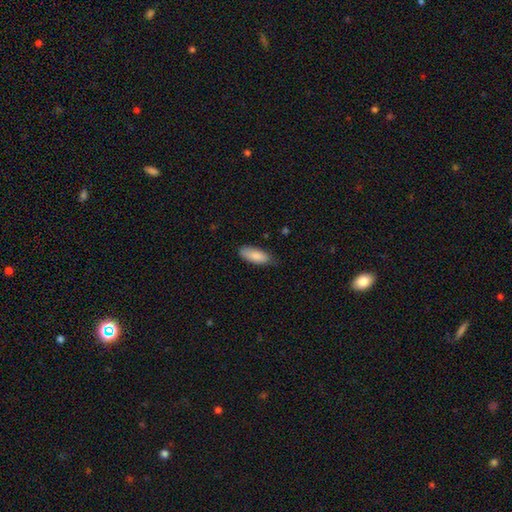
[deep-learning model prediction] The model was most divided on "merging": none: 76%, minor disturbance: 20%, major disturbance: 3%, merger: 1%. More confident: smooth or featured — smooth (87%); how rounded — in between (77%).